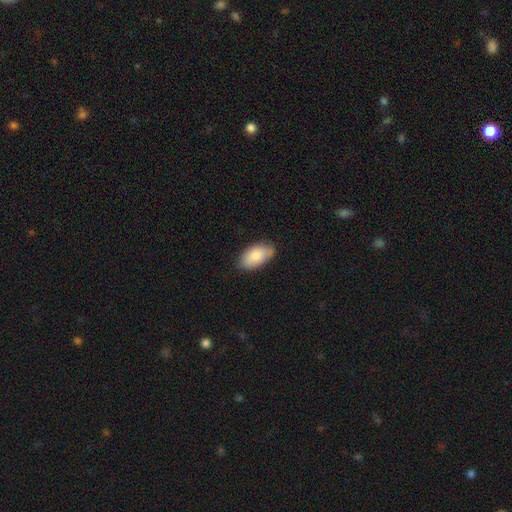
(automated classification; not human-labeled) This appears to be a smooth galaxy with no disk features (84%) that is in between round and cigar-shaped (95%). Merging: none (76%).